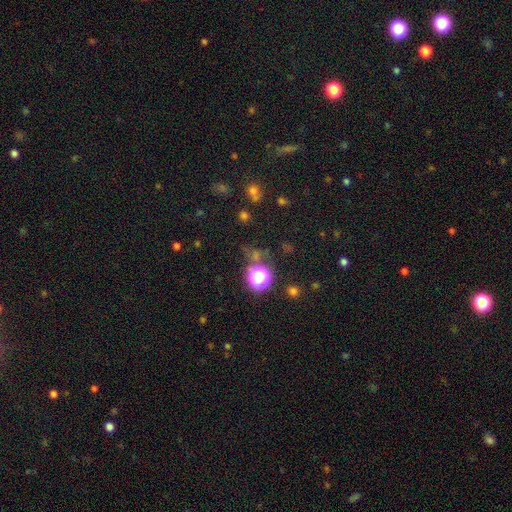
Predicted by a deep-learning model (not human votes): Q: Smooth or featured?
A: star or artifact (61%); runner-up: smooth (31%)